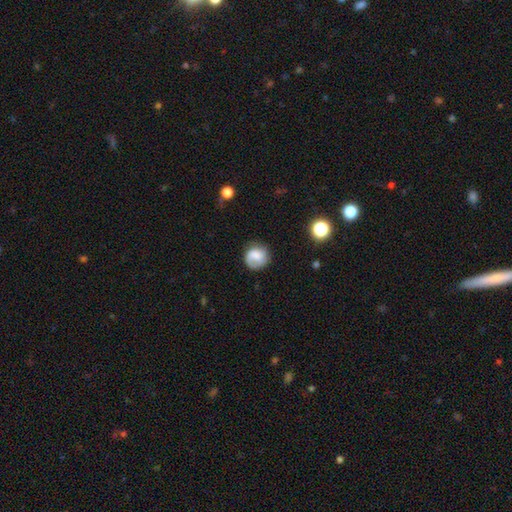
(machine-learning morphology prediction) The model was most divided on "smooth or featured": smooth: 61%, featured or disk: 30%, star or artifact: 8%. More confident: how rounded — round (85%); merging — none (69%).